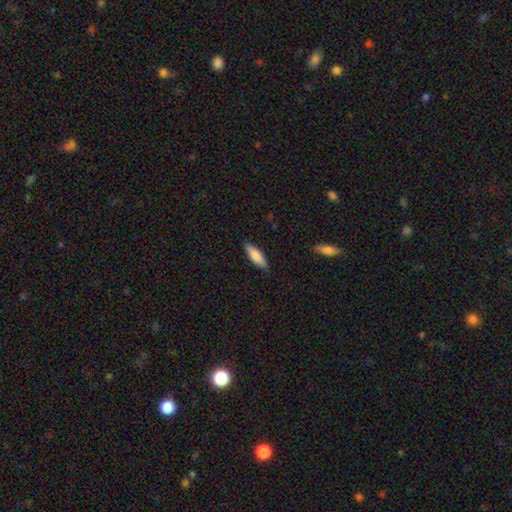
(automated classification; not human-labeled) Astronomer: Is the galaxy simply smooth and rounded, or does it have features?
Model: smooth — 80%.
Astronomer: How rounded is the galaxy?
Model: cigar-shaped — 54% (runner-up: in between, 44%).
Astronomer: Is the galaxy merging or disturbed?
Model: none — 87%.